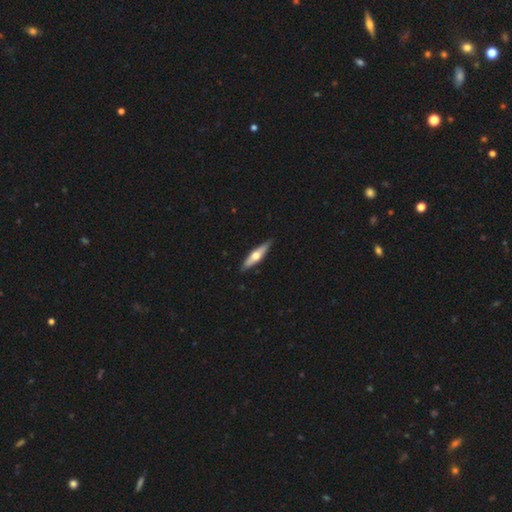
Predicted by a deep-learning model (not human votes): Morphology: type=featured or disk (55%); edge-on=yes (92%); edge-on bulge=rounded (94%); merging=none (89%).